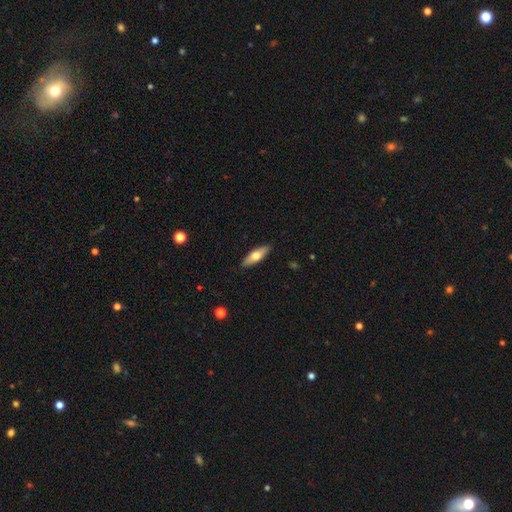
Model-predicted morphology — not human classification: Q: Smooth or featured?
A: smooth (59%); runner-up: featured or disk (35%)
Q: How rounded?
A: in between (54%); runner-up: cigar-shaped (44%)
Q: Merging?
A: none (90%); runner-up: minor disturbance (8%)